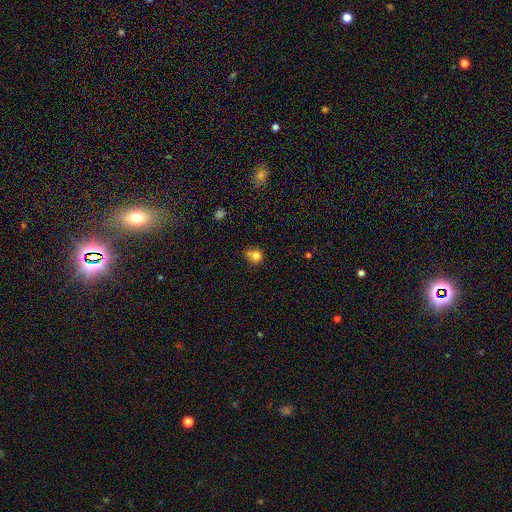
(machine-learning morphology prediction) Overall: smooth (77%). How rounded: round (84%). Merging: none (52%; merger 29%).